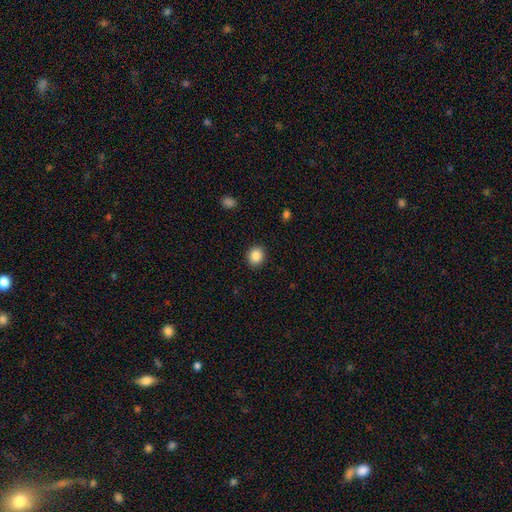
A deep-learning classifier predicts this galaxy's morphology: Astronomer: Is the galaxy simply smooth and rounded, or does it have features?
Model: smooth — 87%.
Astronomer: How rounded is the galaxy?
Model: round — 72%.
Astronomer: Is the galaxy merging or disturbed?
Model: none — 91%.